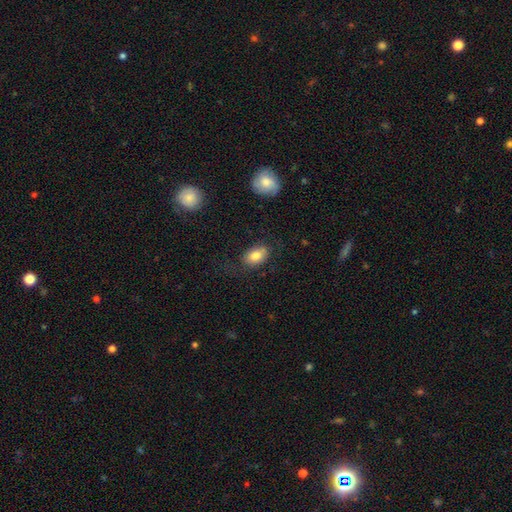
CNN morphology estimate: A smooth galaxy with no disk features (80%) that is in between round and cigar-shaped (87%).

Vote fractions:
- Smooth or featured? smooth: 80% / featured or disk: 12% / star or artifact: 8%
- How rounded? in between: 87% / round: 11% / cigar-shaped: 1%
- Merging? none: 70% / minor disturbance: 19% / major disturbance: 8% / merger: 2%